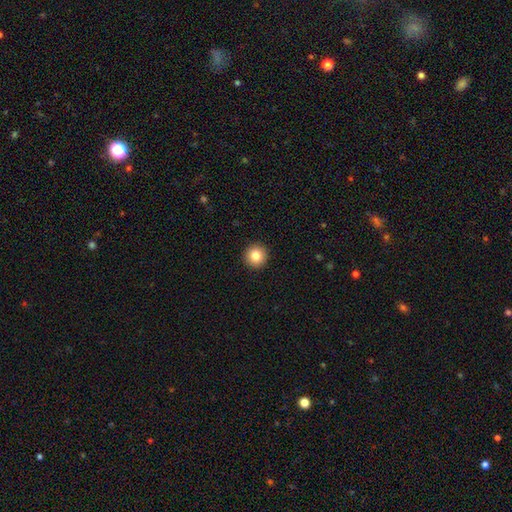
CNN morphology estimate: type=smooth (84%); roundness=round (95%); merging=none (93%).